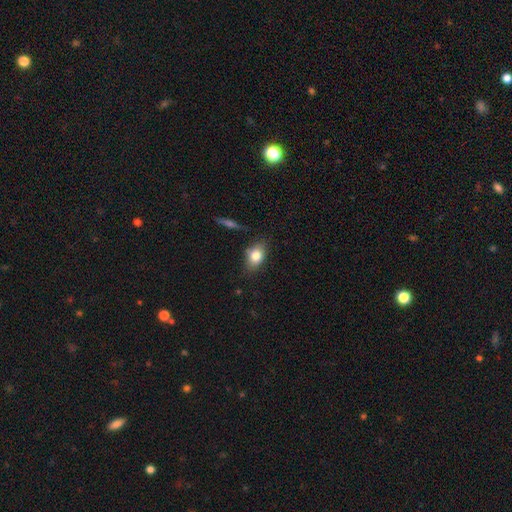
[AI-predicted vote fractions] The model was most divided on "how rounded": in between: 78%, round: 19%, cigar-shaped: 3%. More confident: smooth or featured — smooth (77%); merging — none (76%).